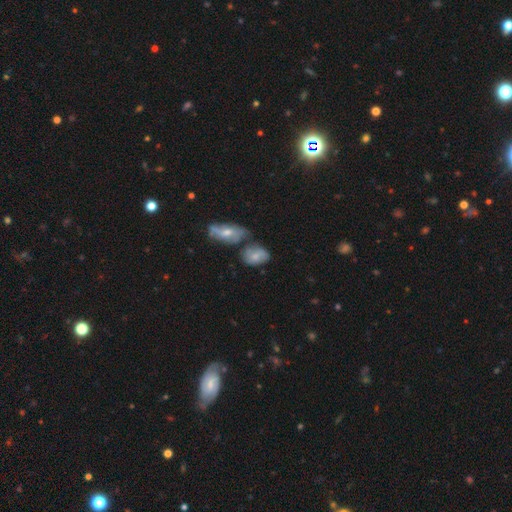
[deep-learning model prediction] Overall: smooth (65%; featured or disk 26%). How rounded: in between (78%). Merging: none (38%; merger 30%).